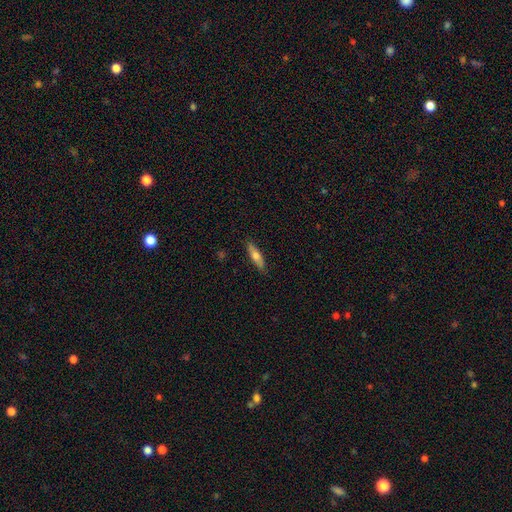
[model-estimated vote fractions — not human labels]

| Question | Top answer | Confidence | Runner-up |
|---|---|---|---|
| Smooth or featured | smooth | 61% | featured or disk (33%) |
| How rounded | cigar-shaped | 66% | in between (32%) |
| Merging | none | 86% | minor disturbance (11%) |